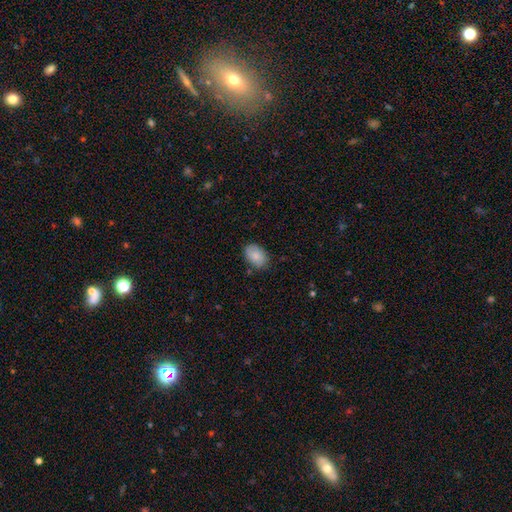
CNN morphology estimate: smooth_or_featured: smooth (p=0.86) [alt: featured or disk p=0.07]
how_rounded: in between (p=0.88) [alt: round p=0.11]
merging: none (p=0.82) [alt: minor disturbance p=0.14]